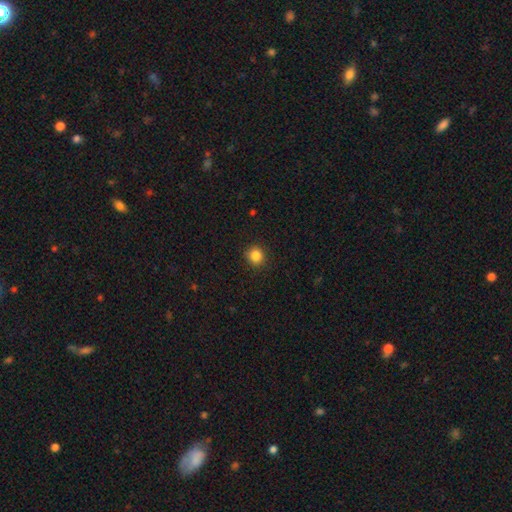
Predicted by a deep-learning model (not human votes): Smooth or featured: smooth — 85% (star or artifact — 11%)
How rounded: round — 89% (in between — 10%)
Merging: none — 90% (minor disturbance — 6%)